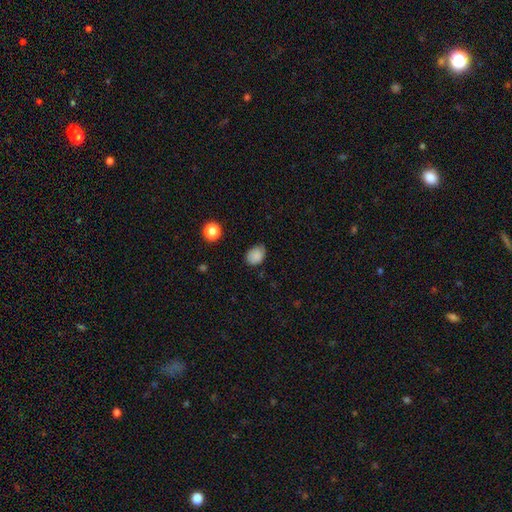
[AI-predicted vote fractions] A smooth galaxy with no disk features (85%) that is in between round and cigar-shaped (54%).

Vote fractions:
- Smooth or featured? smooth: 85% / star or artifact: 10% / featured or disk: 5%
- How rounded? in between: 54% / round: 45% / cigar-shaped: 1%
- Merging? none: 67% / minor disturbance: 27% / major disturbance: 5% / merger: 1%